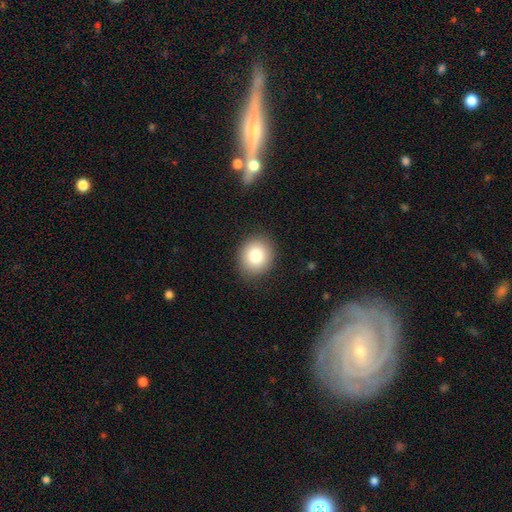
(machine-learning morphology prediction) Smooth or featured? Predicted: smooth (p=0.84). How rounded? Predicted: round (p=0.77). Merging? Predicted: none (p=0.88).